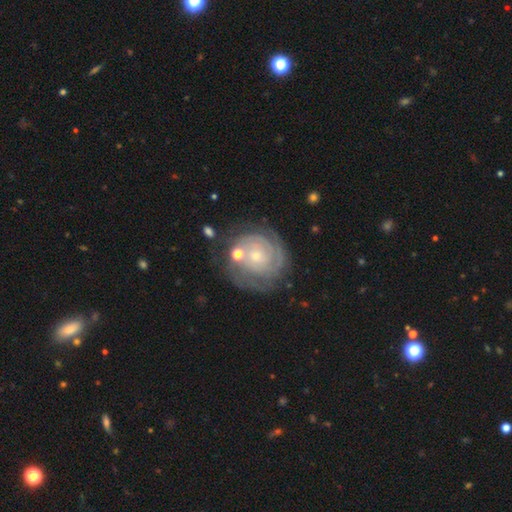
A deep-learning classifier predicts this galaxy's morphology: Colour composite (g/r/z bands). It shows a featured or disk galaxy (84%) with no bar (79%), 2 (34%) tight (82%) spiral arms (95%) and a small central bulge (77%). Merging: none (69%).